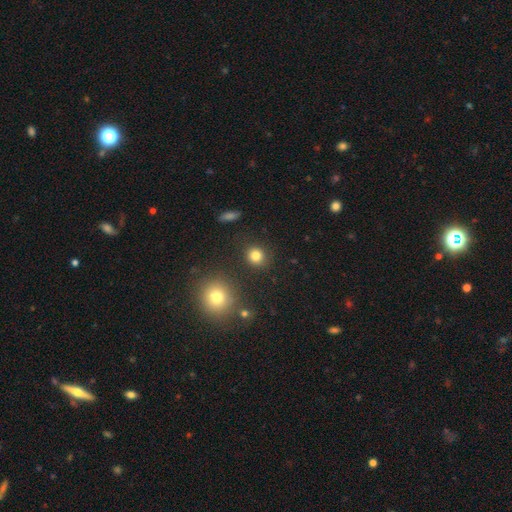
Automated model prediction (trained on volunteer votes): Smooth or featured? Predicted: smooth (p=0.82). How rounded? Predicted: round (p=0.87). Merging? Predicted: none (p=0.87).